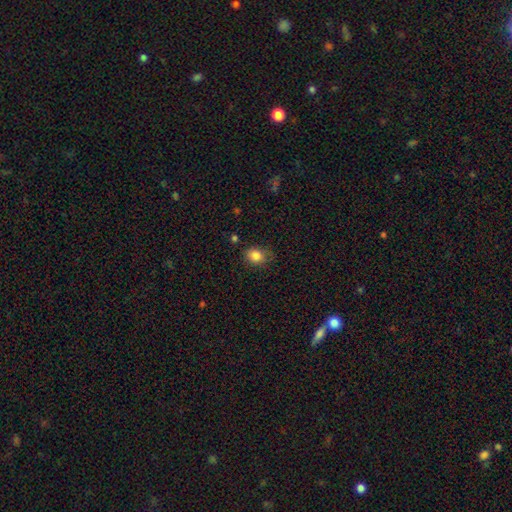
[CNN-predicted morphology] smooth-or-featured: smooth: 85% | star or artifact: 10% | featured or disk: 5%
  how-rounded: round: 56% | in between: 43% | cigar-shaped: 1%
  merging: none: 76% | minor disturbance: 18% | major disturbance: 4% | merger: 2%